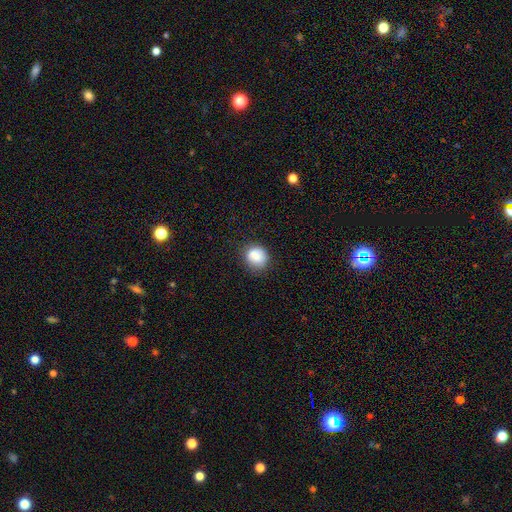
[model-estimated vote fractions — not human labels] smooth_or_featured: smooth (p=0.86) [alt: star or artifact p=0.09]
how_rounded: round (p=0.76) [alt: in between p=0.23]
merging: none (p=0.76) [alt: minor disturbance p=0.18]